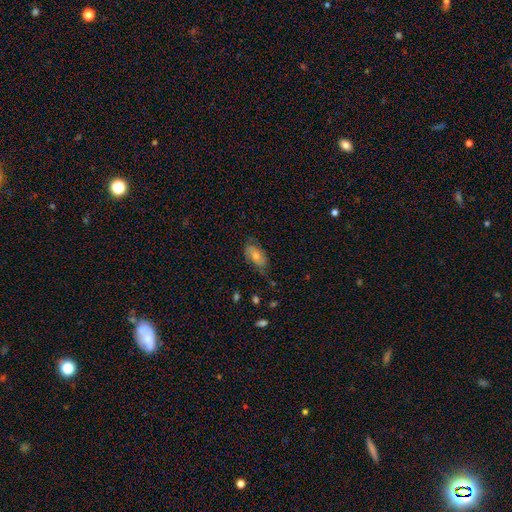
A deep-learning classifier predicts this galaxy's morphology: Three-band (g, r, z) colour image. It shows a featured or disk galaxy (45%). Merging: none (64%).